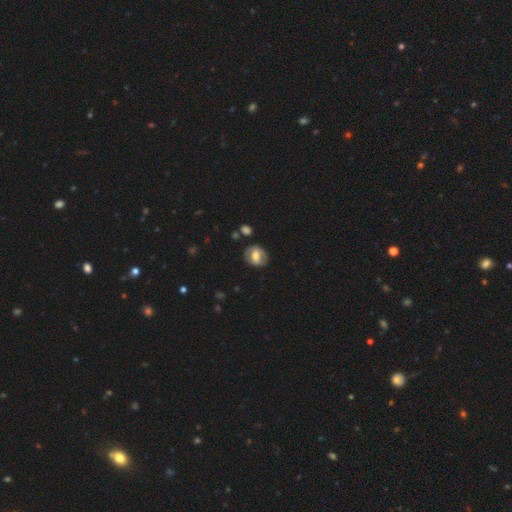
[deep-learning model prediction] smooth_or_featured: featured or disk (p=0.48) [alt: smooth p=0.45]
merging: none (p=0.76) [alt: minor disturbance p=0.15]